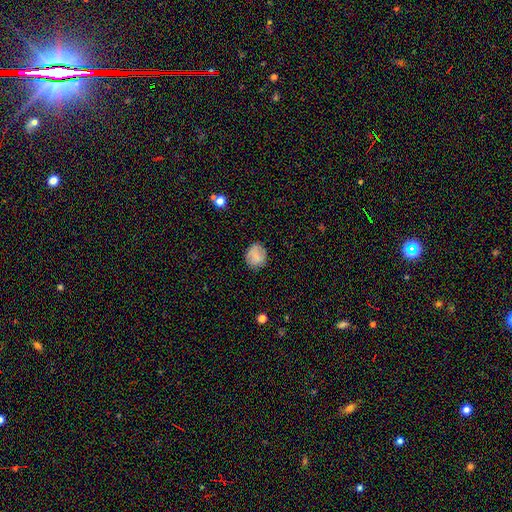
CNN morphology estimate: A smooth galaxy with no disk features (78%) that is round (74%). Merging: none (81%).